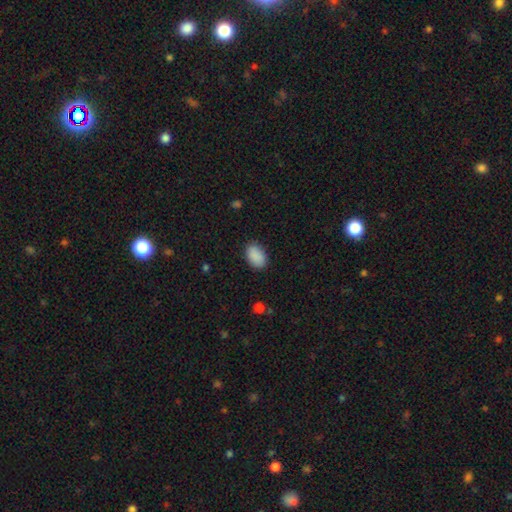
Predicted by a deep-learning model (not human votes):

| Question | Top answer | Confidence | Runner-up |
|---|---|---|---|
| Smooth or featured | smooth | 90% | star or artifact (7%) |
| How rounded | in between | 89% | round (10%) |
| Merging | none | 85% | minor disturbance (11%) |